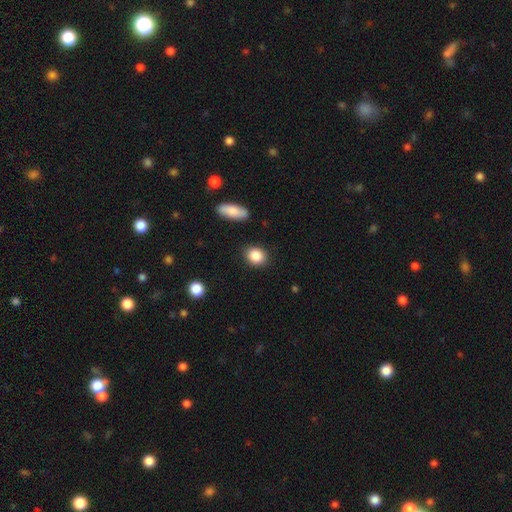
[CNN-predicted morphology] A smooth galaxy with no disk features (87%) that is round (55%).

Vote fractions:
- Smooth or featured? smooth: 87% / star or artifact: 8% / featured or disk: 5%
- How rounded? round: 55% / in between: 43% / cigar-shaped: 2%
- Merging? none: 87% / minor disturbance: 9% / major disturbance: 2% / merger: 2%